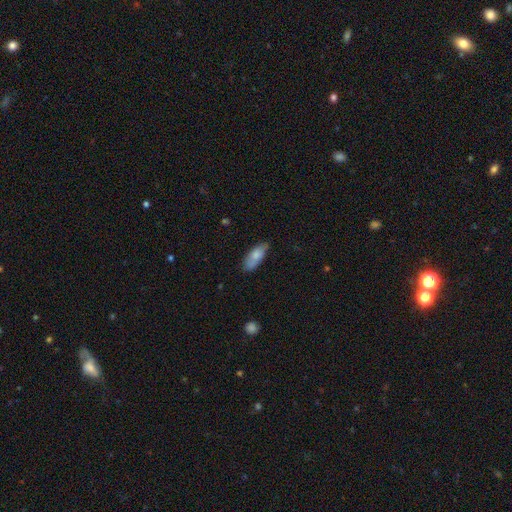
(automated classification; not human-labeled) Smooth or featured? Predicted: smooth (p=0.78). How rounded? Predicted: in between (p=0.74). Merging? Predicted: none (p=0.71).